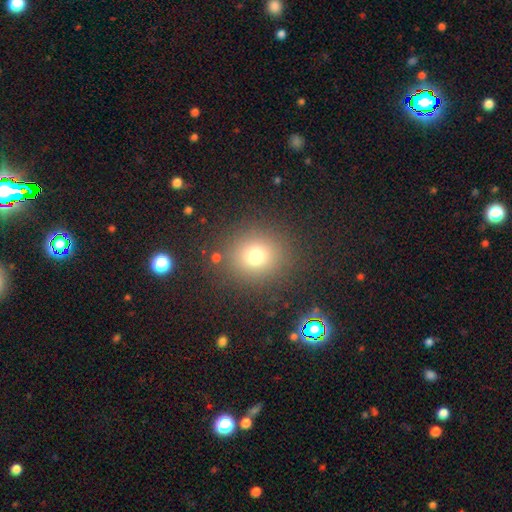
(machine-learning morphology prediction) smooth-or-featured: smooth: 73% | star or artifact: 18% | featured or disk: 9%
  how-rounded: round: 85% | in between: 14% | cigar-shaped: 1%
  merging: none: 86% | minor disturbance: 8% | major disturbance: 4% | merger: 3%